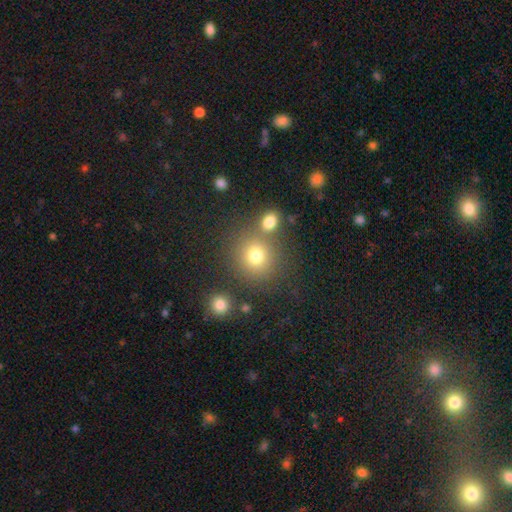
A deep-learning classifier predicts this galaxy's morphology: Smooth or featured? Predicted: smooth (p=0.76). How rounded? Predicted: round (p=0.87). Merging? Predicted: none (p=0.70).